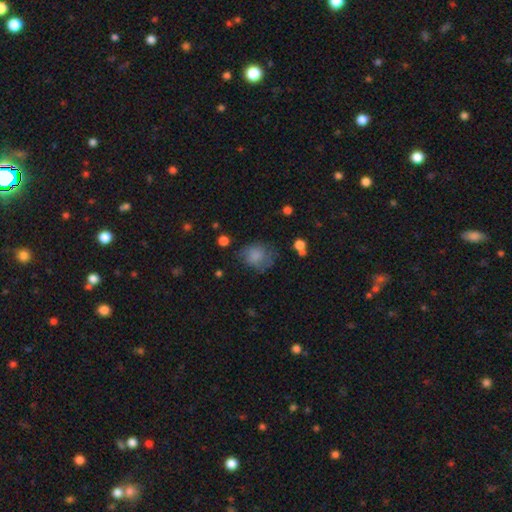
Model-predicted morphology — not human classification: type=smooth (75%); roundness=round (63%); merging=none (54%).